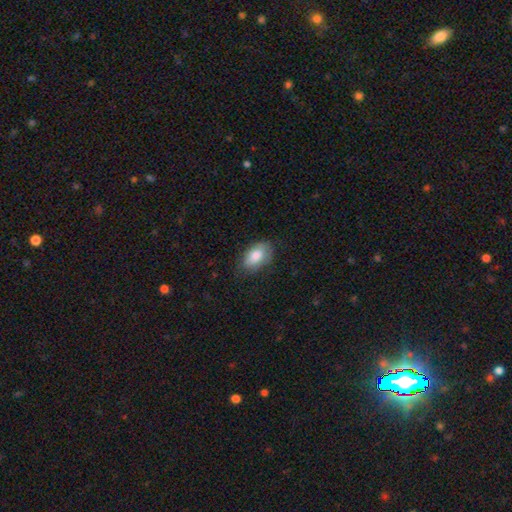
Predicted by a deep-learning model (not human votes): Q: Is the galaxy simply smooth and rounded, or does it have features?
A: smooth — 81%.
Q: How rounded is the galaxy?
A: in between — 92%.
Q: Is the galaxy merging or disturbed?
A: none — 71%.